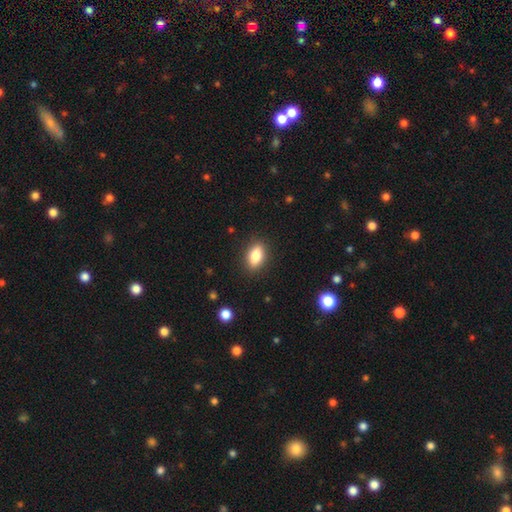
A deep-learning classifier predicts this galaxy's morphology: A smooth galaxy with no disk features (82%) that is in between round and cigar-shaped (86%). Merging: none (87%).